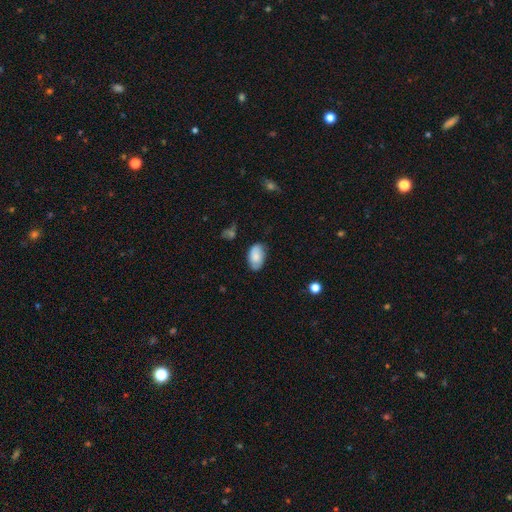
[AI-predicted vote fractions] Q: Smooth or featured?
A: smooth (78%); runner-up: featured or disk (15%)
Q: How rounded?
A: in between (93%); runner-up: round (5%)
Q: Merging?
A: none (75%); runner-up: minor disturbance (20%)